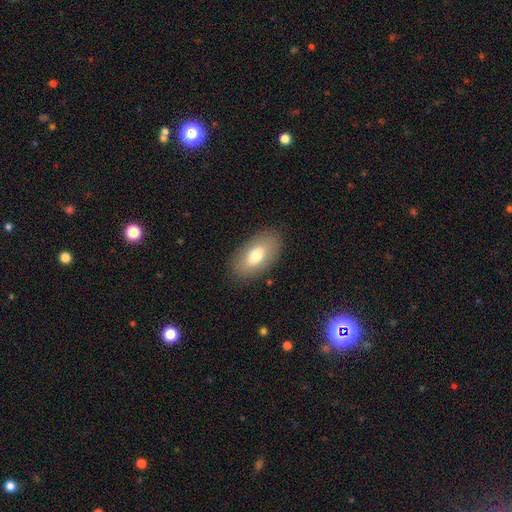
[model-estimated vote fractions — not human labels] Smooth or featured? smooth (73%)
How rounded? in between (93%)
Merging? none (86%)